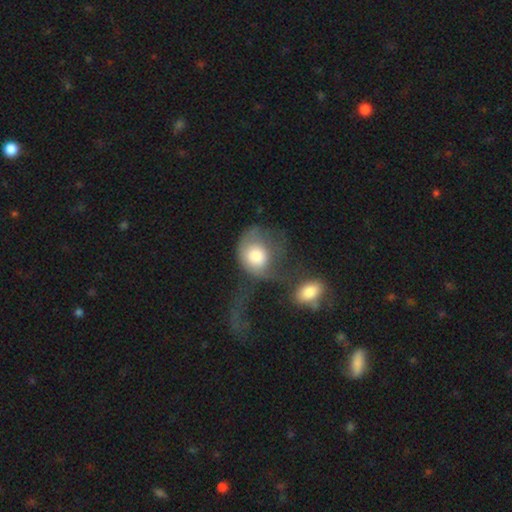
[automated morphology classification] This is likely a smooth galaxy (65%). How rounded: possibly round (55%). Merging: possibly major disturbance (48%).